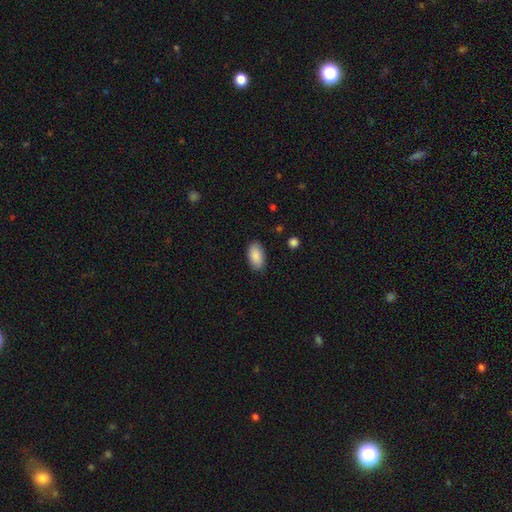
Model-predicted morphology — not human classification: smooth-or-featured: smooth: 89% | star or artifact: 6% | featured or disk: 5%
  how-rounded: in between: 94% | round: 3% | cigar-shaped: 3%
  merging: none: 86% | minor disturbance: 10% | major disturbance: 2% | merger: 1%